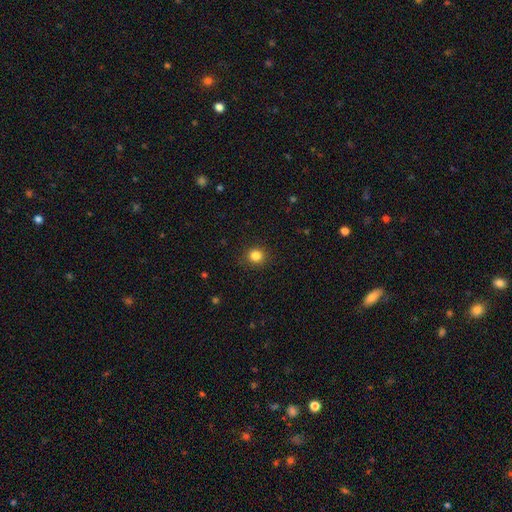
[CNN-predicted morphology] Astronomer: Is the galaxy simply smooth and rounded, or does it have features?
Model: smooth — 84%.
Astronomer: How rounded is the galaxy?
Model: round — 86%.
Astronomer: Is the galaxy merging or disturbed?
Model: none — 89%.